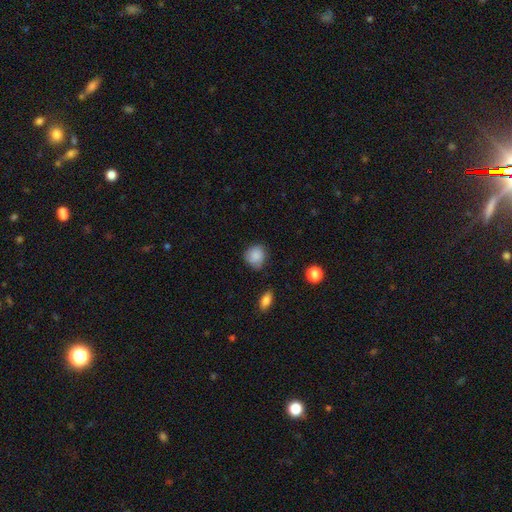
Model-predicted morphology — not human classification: A smooth galaxy with no disk features (86%) that is round (80%). Merging: none (68%).